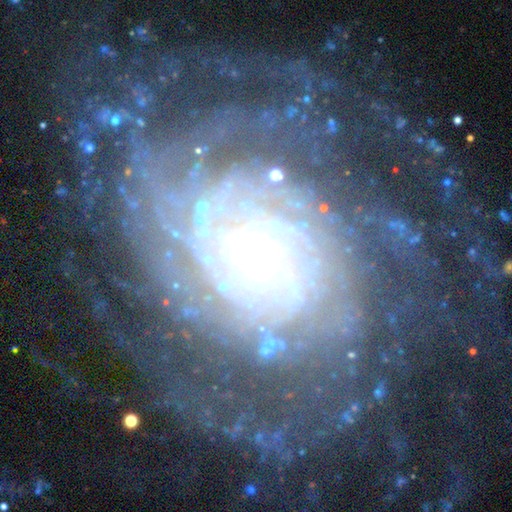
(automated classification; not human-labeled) This appears to be a featured or disk galaxy (89%) with no bar (60%), tight (73%) spiral arms (97%) and a small central bulge (79%). Merging: none (70%).